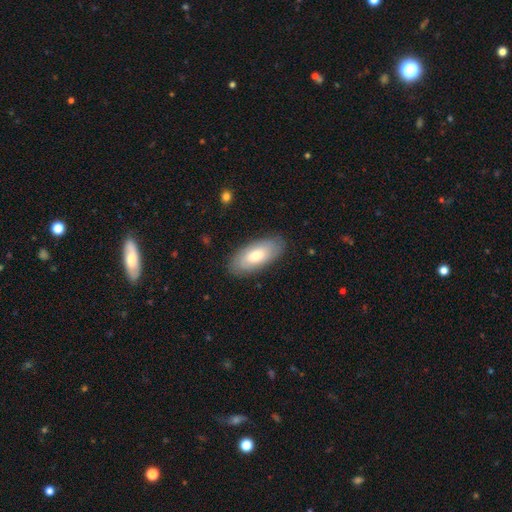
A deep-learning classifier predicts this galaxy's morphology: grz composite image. It shows a smooth galaxy with no disk features (66%) that is in between round and cigar-shaped (88%). Merging: none (85%).